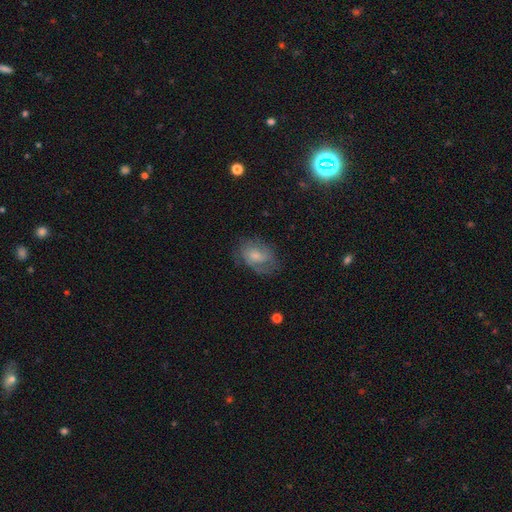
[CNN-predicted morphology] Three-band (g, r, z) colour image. It shows a featured or disk galaxy (46%). Merging: none (59%).